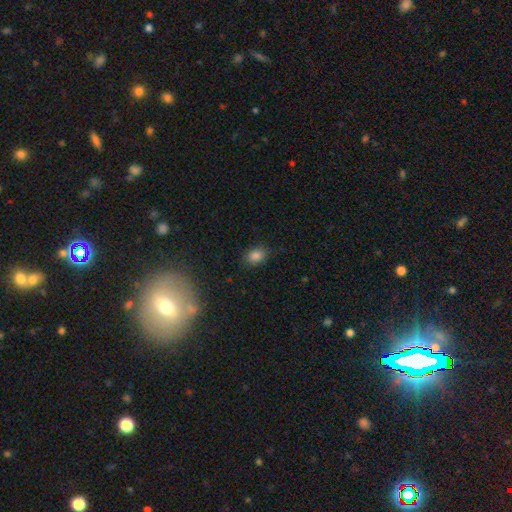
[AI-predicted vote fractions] This is clearly a smooth galaxy (83%). How rounded: likely in between (70%). Merging: clearly none (84%).